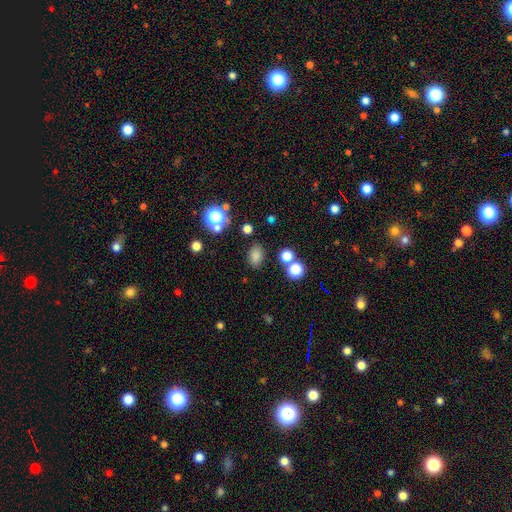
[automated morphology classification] A smooth galaxy with no disk features (78%) that is in between round and cigar-shaped (77%). Merging: none (80%).